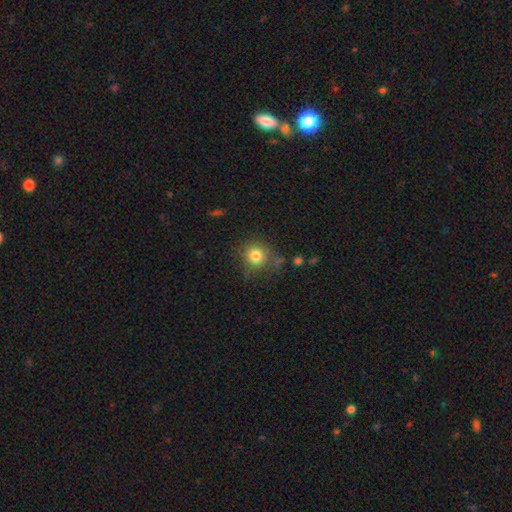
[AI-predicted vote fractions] smooth_or_featured: smooth (p=0.80) [alt: star or artifact p=0.12]
how_rounded: round (p=0.89) [alt: in between p=0.11]
merging: none (p=0.71) [alt: minor disturbance p=0.17]